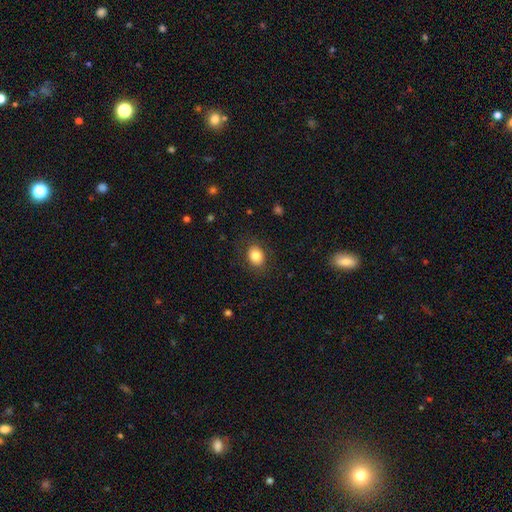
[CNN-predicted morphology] This is clearly a smooth galaxy (83%). How rounded: possibly in between (58%). Merging: clearly none (83%).